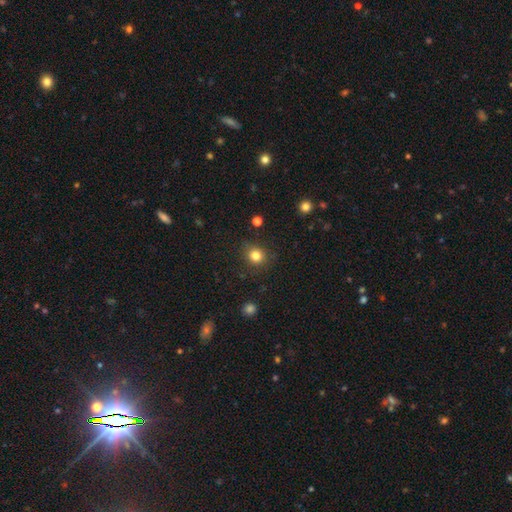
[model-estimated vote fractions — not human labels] Smooth or featured? Predicted: smooth (p=0.82). How rounded? Predicted: round (p=0.82). Merging? Predicted: none (p=0.85).